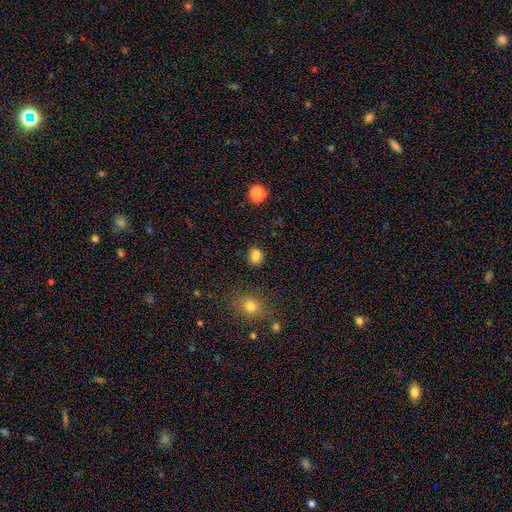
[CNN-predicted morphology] Smooth or featured? smooth (80%)
How rounded? round (56%)
Merging? none (74%)